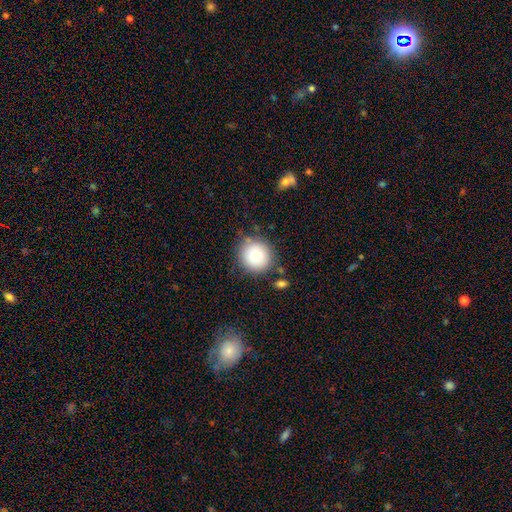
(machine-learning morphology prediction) The model was most divided on "smooth or featured": smooth: 76%, featured or disk: 14%, star or artifact: 10%. More confident: how rounded — round (92%); merging — none (81%).